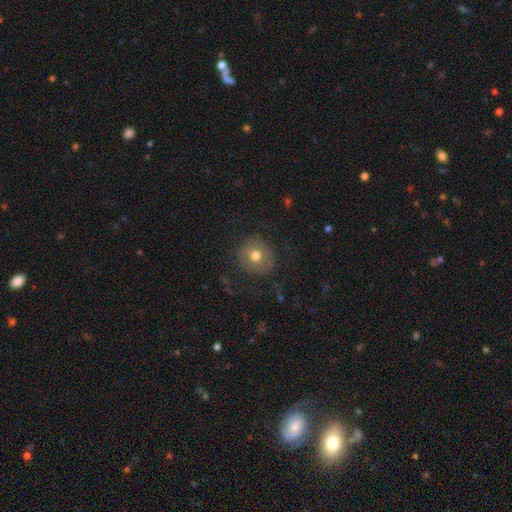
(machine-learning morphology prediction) Smooth or featured?
  - smooth: 69% *
  - featured or disk: 20%
  - star or artifact: 11%
How rounded?
  - round: 86% *
  - in between: 13%
  - cigar-shaped: 1%
Merging?
  - none: 79% *
  - minor disturbance: 13%
  - major disturbance: 7%
  - merger: 1%